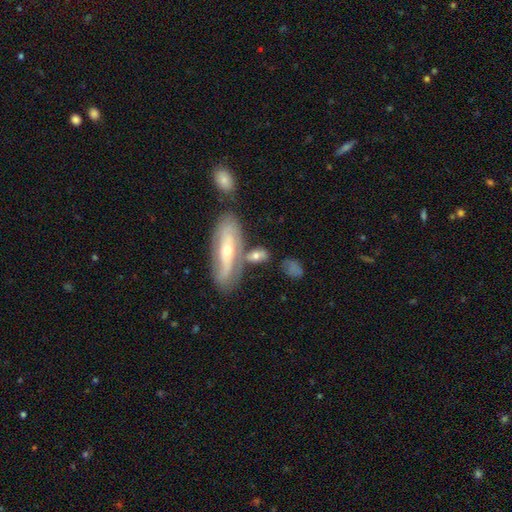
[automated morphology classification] smooth-or-featured: smooth: 48% | featured or disk: 46% | star or artifact: 7%
  merging: none: 46% | merger: 31% | minor disturbance: 16% | major disturbance: 7%